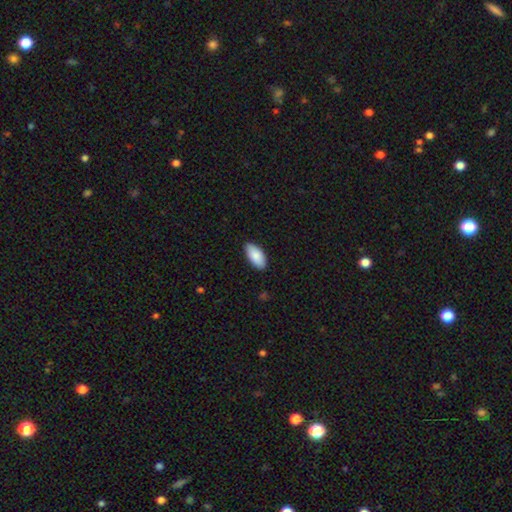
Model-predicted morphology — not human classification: This is clearly a smooth galaxy (88%). How rounded: clearly in between (94%). Merging: clearly none (86%).